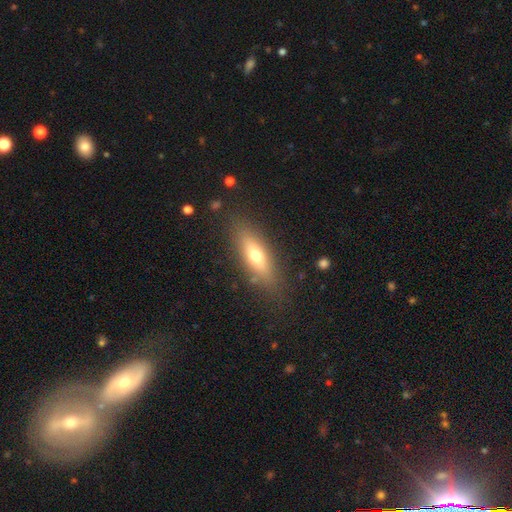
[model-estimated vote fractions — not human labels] Smooth or featured? smooth (59%)
How rounded? in between (49%)
Merging? none (83%)